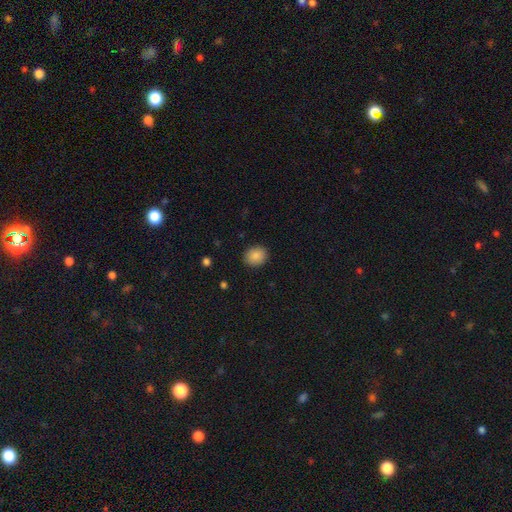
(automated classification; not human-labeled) Morphology: type=smooth (88%); roundness=round (60%); merging=none (89%).